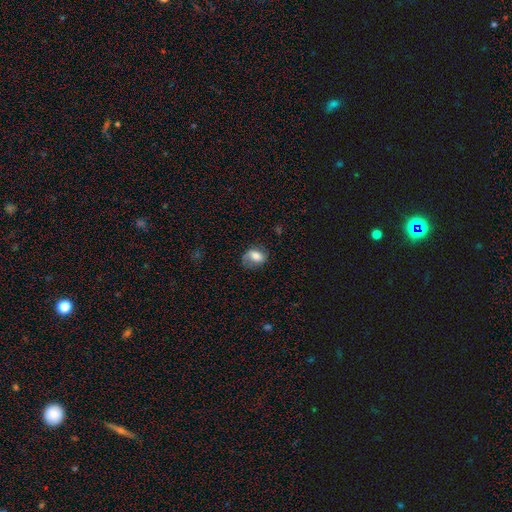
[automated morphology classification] The model was most divided on "smooth or featured": smooth: 62%, featured or disk: 30%, star or artifact: 8%. More confident: how rounded — in between (66%); merging — none (59%).